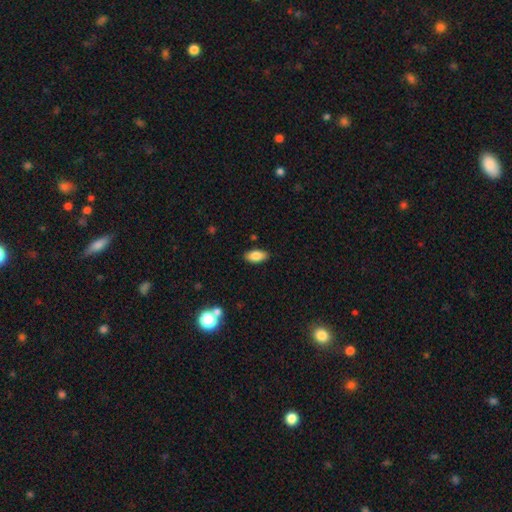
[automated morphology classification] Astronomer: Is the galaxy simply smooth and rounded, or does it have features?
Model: smooth — 84%.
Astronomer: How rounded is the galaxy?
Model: in between — 91%.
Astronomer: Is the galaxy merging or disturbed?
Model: none — 86%.